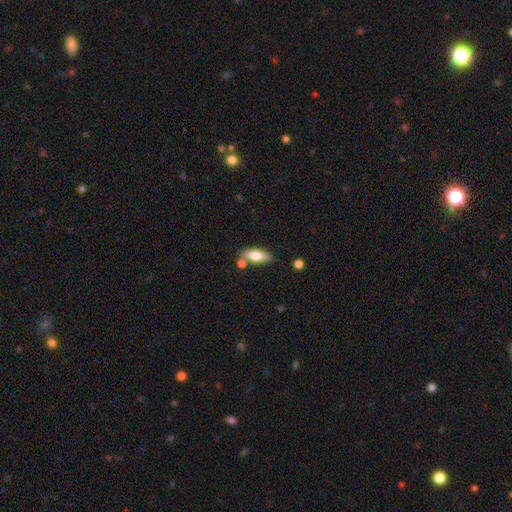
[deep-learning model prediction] Overall: smooth (67%). How rounded: in between (71%). Merging: none (74%).